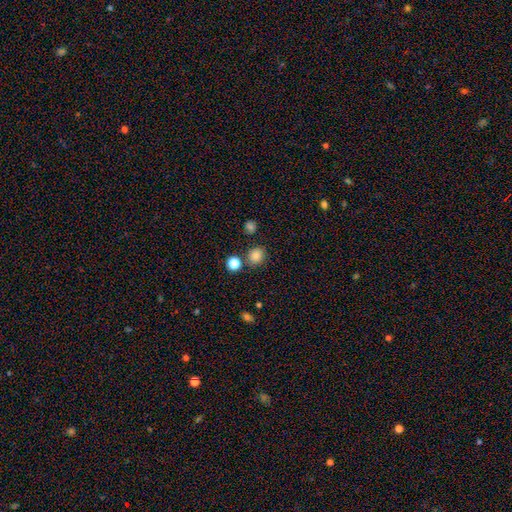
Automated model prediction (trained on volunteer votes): This is clearly a smooth galaxy (82%). How rounded: likely round (77%). Merging: clearly none (80%).